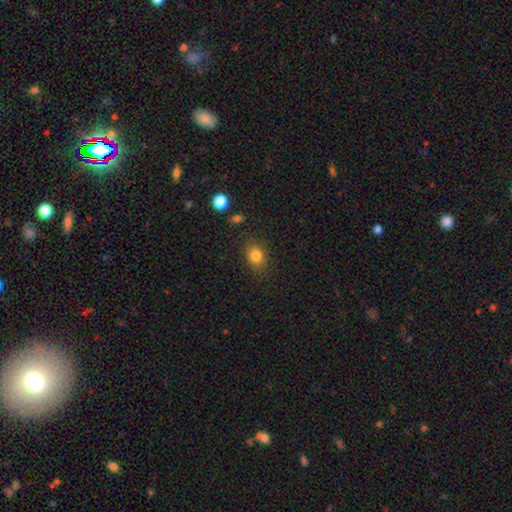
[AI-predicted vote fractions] smooth 83%, star or artifact 11%, featured or disk 6%. Down the decision tree: how rounded — round (53%); merging — none (84%).